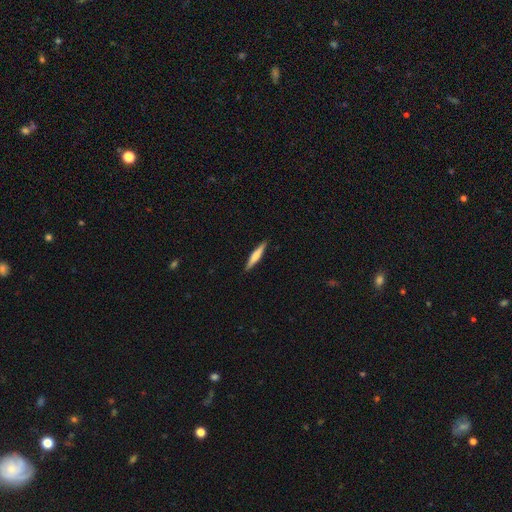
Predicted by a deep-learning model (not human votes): Morphology: type=smooth (56%); roundness=cigar-shaped (91%); merging=none (91%).